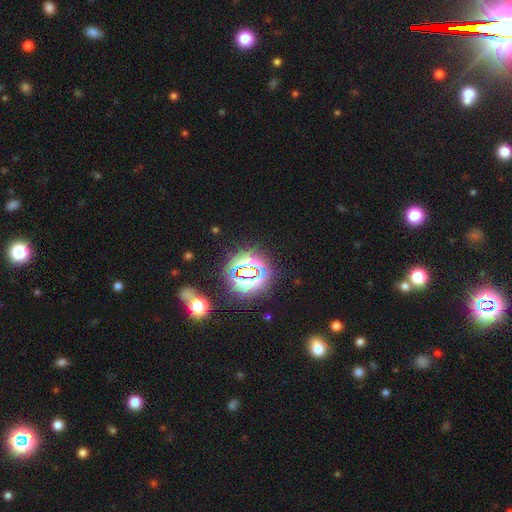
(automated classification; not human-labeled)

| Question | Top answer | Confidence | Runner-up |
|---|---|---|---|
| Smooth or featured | star or artifact | 80% | smooth (13%) |